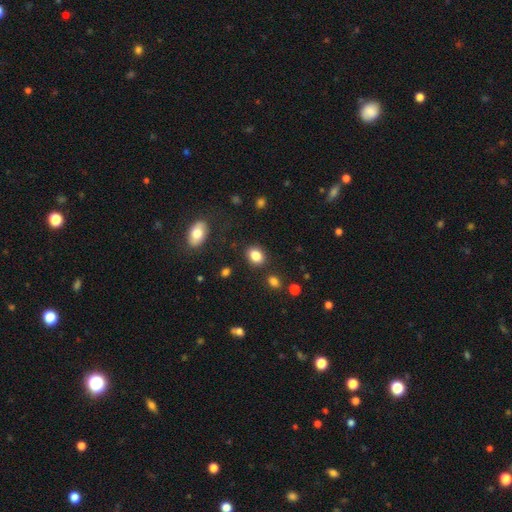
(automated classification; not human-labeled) smooth_or_featured: smooth (p=0.85) [alt: star or artifact p=0.09]
how_rounded: in between (p=0.62) [alt: round p=0.37]
merging: none (p=0.84) [alt: minor disturbance p=0.10]